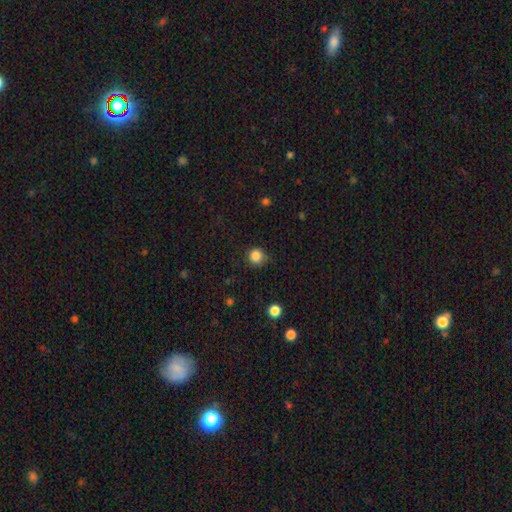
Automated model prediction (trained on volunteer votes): Overall: smooth (84%). How rounded: round (93%). Merging: none (84%).